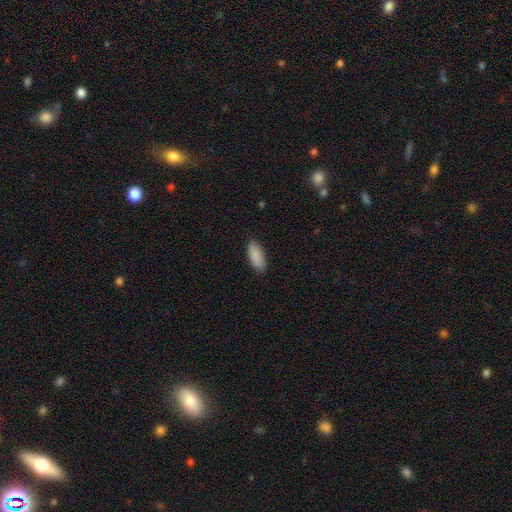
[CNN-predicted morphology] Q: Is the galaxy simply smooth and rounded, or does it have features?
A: smooth — 90%.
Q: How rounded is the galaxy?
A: in between — 83%.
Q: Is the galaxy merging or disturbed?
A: none — 87%.